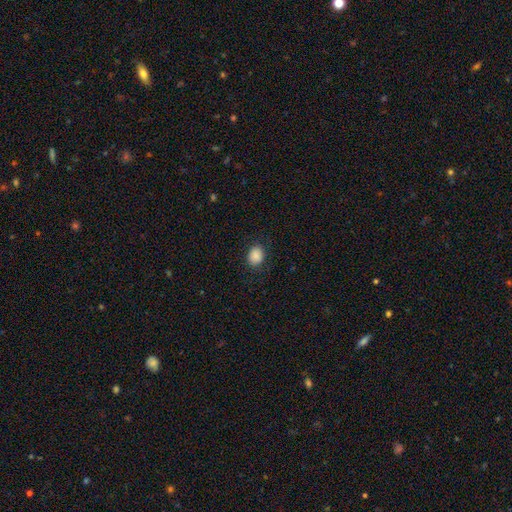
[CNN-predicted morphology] Smooth or featured?
  - smooth: 89% *
  - star or artifact: 8%
  - featured or disk: 3%
How rounded?
  - in between: 53% *
  - round: 46%
  - cigar-shaped: 1%
Merging?
  - none: 87% *
  - minor disturbance: 9%
  - major disturbance: 3%
  - merger: 1%